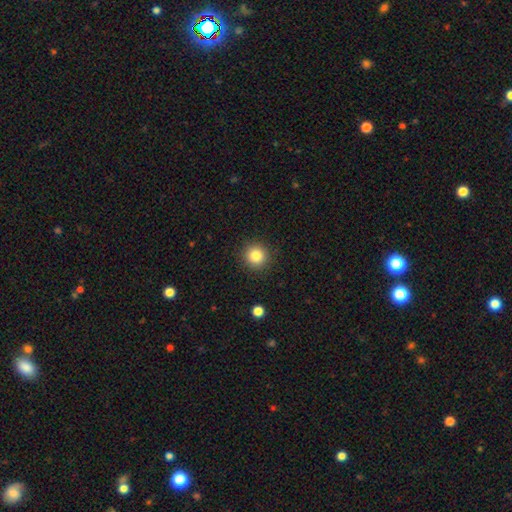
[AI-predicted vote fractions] A smooth galaxy with no disk features (83%) that is round (94%). Merging: none (91%).